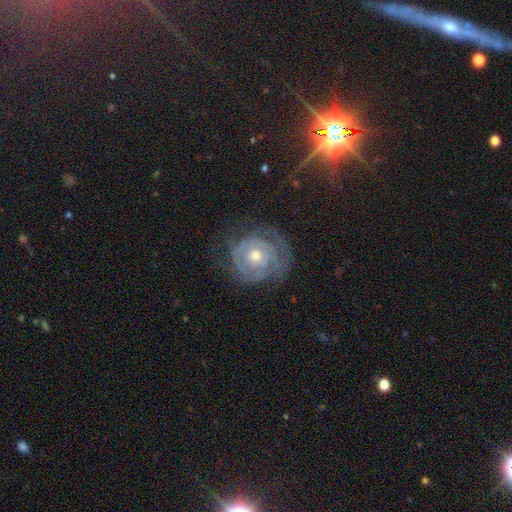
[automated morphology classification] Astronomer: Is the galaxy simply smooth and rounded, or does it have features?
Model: featured or disk — 80%.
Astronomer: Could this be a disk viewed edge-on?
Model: no — 97%.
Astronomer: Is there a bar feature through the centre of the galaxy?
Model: no — 80%.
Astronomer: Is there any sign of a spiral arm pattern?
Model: yes — 88%.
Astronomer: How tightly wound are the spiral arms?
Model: tight — 74%.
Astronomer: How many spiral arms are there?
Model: can't tell — 40% (runner-up: 2, 25%).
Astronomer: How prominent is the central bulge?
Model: moderate — 64%.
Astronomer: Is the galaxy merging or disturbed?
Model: none — 65%.